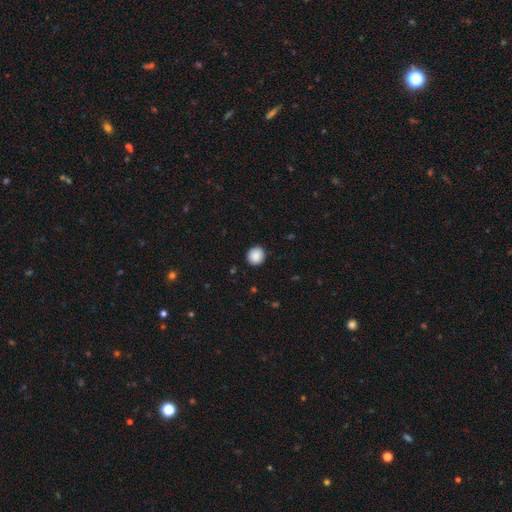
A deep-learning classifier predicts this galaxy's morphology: Smooth or featured? Predicted: smooth (p=0.89). How rounded? Predicted: round (p=0.91). Merging? Predicted: none (p=0.91).